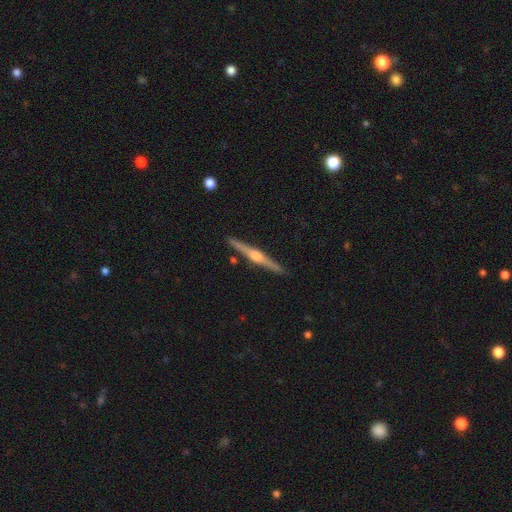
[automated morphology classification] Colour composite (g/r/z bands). It shows a featured or disk galaxy (83%) viewed edge-on (99%) with a rounded central bulge (85%). Merging: none (91%).